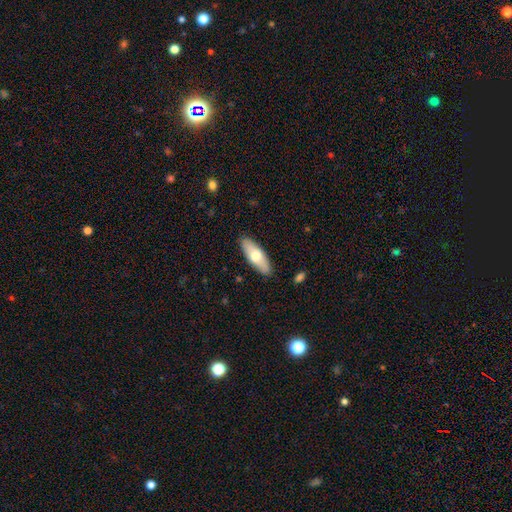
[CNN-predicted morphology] A smooth galaxy with no disk features (66%) that is in between round and cigar-shaped (63%).

Vote fractions:
- Smooth or featured? smooth: 66% / featured or disk: 28% / star or artifact: 5%
- How rounded? in between: 63% / cigar-shaped: 35% / round: 2%
- Merging? none: 88% / minor disturbance: 9% / major disturbance: 2% / merger: 1%